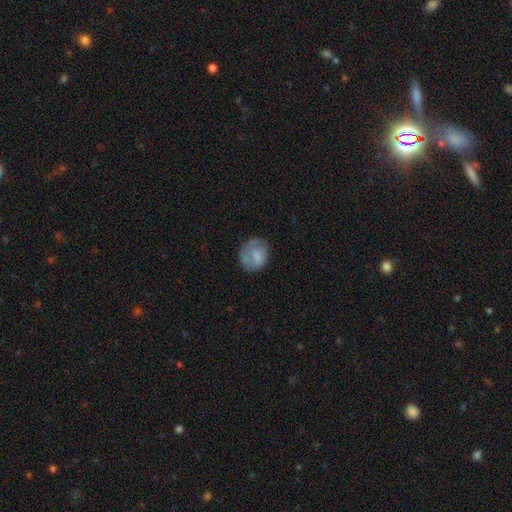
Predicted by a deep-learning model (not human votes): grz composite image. It shows a smooth galaxy with no disk features (76%) that is round (69%). Merging: none (60%).